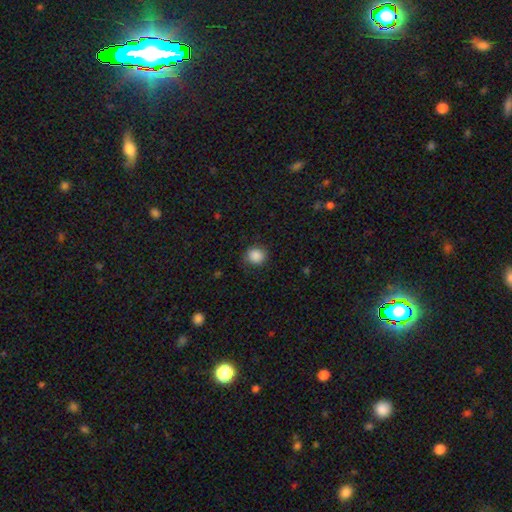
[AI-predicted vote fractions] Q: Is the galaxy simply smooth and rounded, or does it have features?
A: smooth — 88%.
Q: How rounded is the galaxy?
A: round — 86%.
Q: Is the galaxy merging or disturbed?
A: none — 82%.